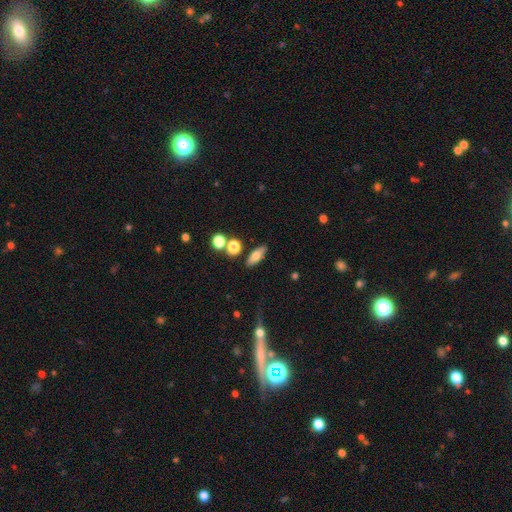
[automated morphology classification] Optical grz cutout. It shows a smooth galaxy with no disk features (67%) that is in between round and cigar-shaped (64%). Merging: none (81%).